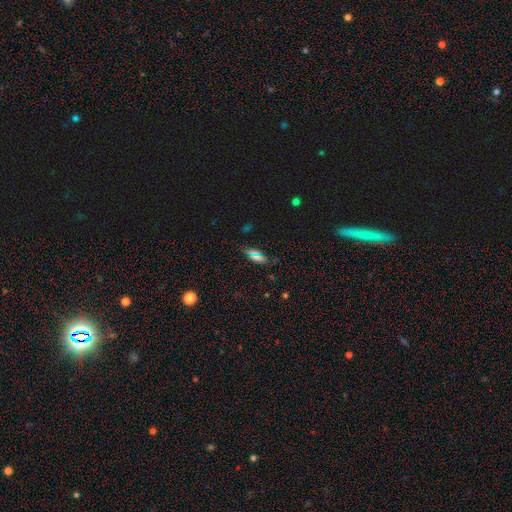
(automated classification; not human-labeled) smooth 58%, star or artifact 31%, featured or disk 11%. Down the decision tree: how rounded — in between (72%); merging — none (80%).